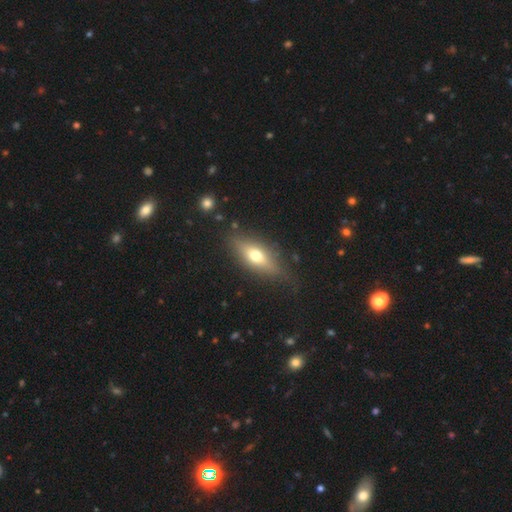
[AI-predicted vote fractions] Smooth or featured? smooth (54%)
How rounded? in between (61%)
Merging? none (78%)